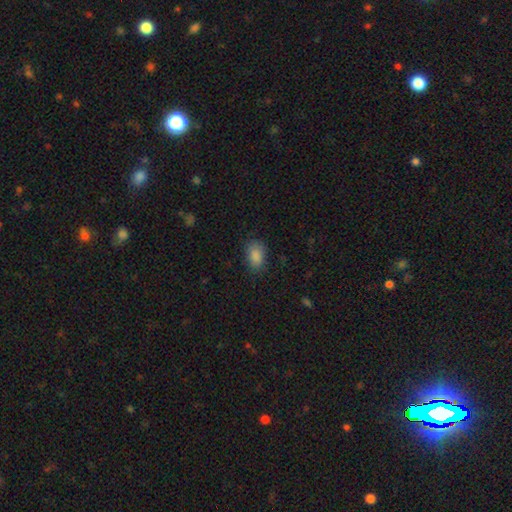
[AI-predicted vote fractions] Smooth or featured? smooth (88%)
How rounded? in between (88%)
Merging? none (80%)